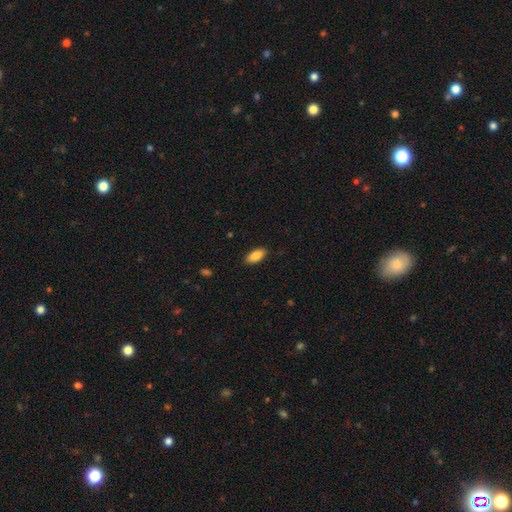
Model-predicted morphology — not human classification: type=smooth (86%); roundness=in between (88%); merging=none (88%).